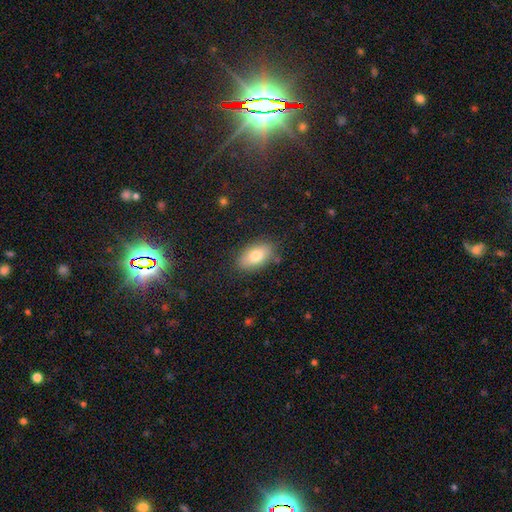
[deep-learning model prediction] Smooth or featured: smooth — 77% (featured or disk — 16%)
How rounded: in between — 90% (round — 6%)
Merging: none — 84% (minor disturbance — 12%)